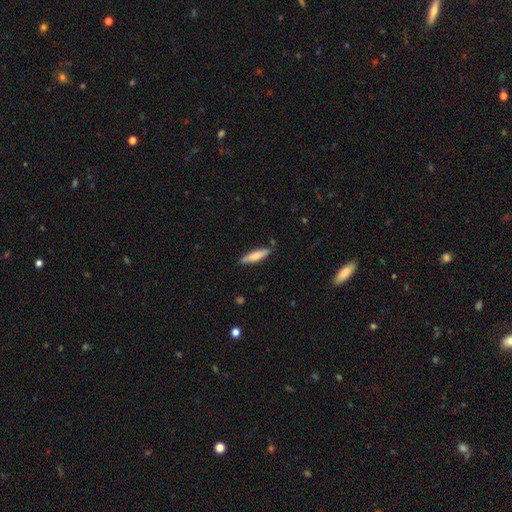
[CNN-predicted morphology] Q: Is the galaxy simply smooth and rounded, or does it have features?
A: smooth — 76%.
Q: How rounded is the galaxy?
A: cigar-shaped — 75%.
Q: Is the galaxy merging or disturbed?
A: none — 83%.